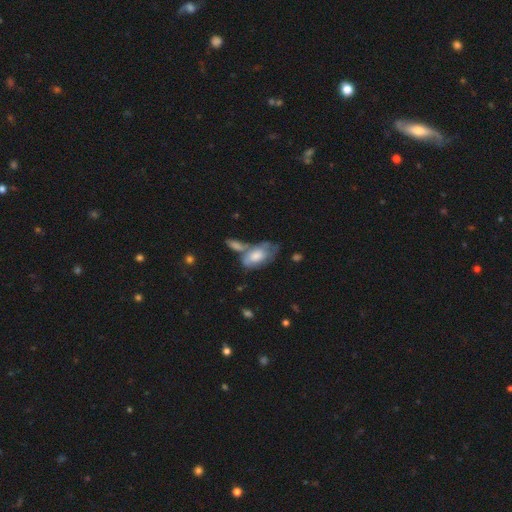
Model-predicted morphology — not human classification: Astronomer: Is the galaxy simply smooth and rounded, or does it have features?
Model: smooth — 55% (runner-up: featured or disk, 39%).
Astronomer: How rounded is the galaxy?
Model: in between — 91%.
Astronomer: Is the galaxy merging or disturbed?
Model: merger — 32% (runner-up: none, 30%).